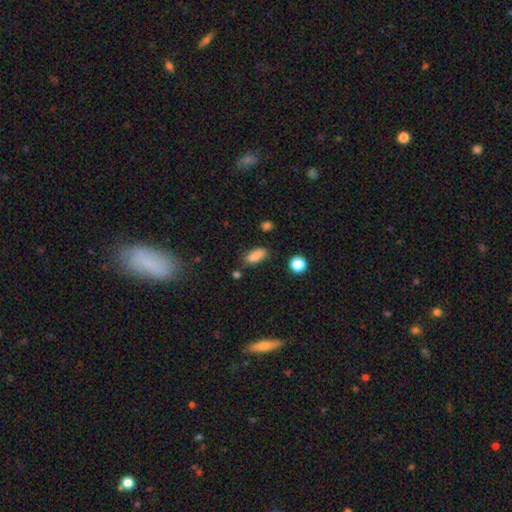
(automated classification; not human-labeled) Smooth or featured: smooth — 84% (star or artifact — 9%)
How rounded: in between — 76% (cigar-shaped — 20%)
Merging: none — 77% (minor disturbance — 15%)